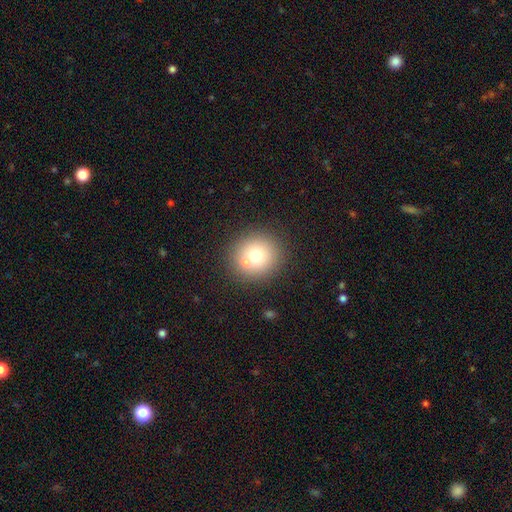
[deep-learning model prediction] The model was most divided on "merging": none: 71%, merger: 18%, minor disturbance: 8%, major disturbance: 3%. More confident: how rounded — round (89%); smooth or featured — smooth (71%).